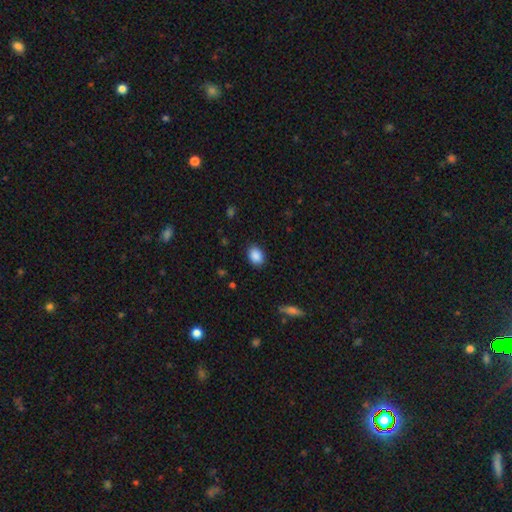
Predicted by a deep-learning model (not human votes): This is clearly a smooth galaxy (88%). How rounded: likely in between (65%). Merging: clearly none (88%).